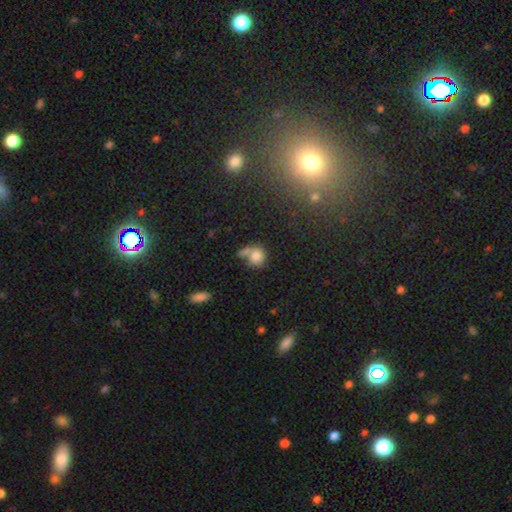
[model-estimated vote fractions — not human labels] Smooth or featured?
  - smooth: 77% *
  - featured or disk: 12%
  - star or artifact: 11%
How rounded?
  - round: 72% *
  - in between: 27%
  - cigar-shaped: 1%
Merging?
  - none: 36% *
  - merger: 34%
  - minor disturbance: 17%
  - major disturbance: 13%